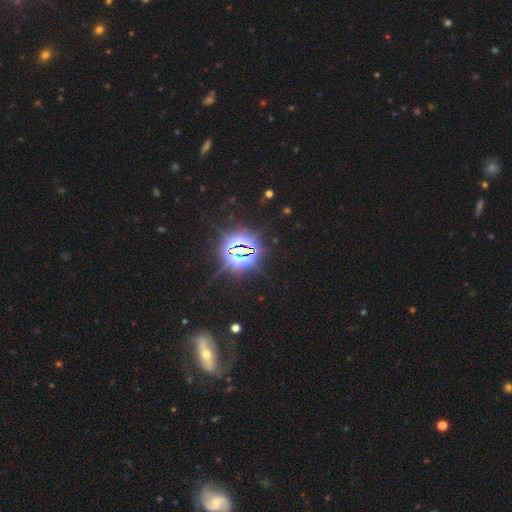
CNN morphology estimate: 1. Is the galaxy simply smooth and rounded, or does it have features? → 80% star or artifact, 11% smooth, 9% featured or disk.